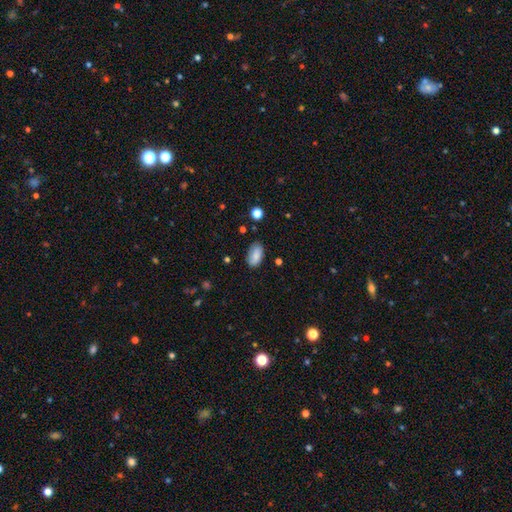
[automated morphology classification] Overall: smooth (83%). How rounded: in between (93%). Merging: none (76%).